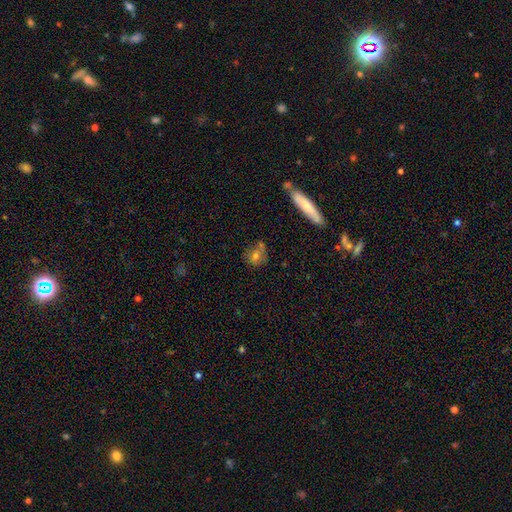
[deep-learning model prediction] smooth-or-featured: smooth: 59% | featured or disk: 27% | star or artifact: 14%
  how-rounded: round: 54% | in between: 36% | cigar-shaped: 10%
  merging: none: 67% | minor disturbance: 17% | merger: 11% | major disturbance: 5%